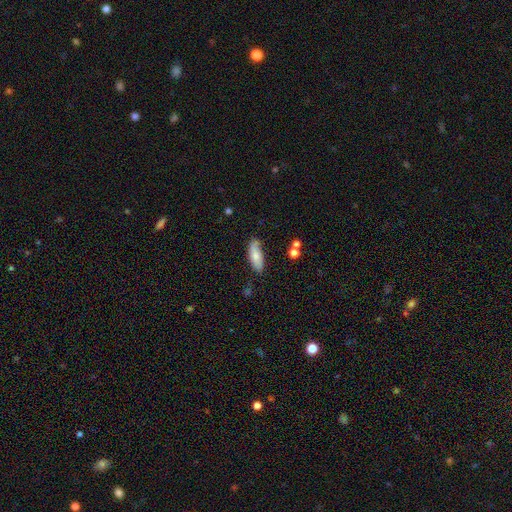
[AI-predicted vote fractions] This appears to be a smooth galaxy with no disk features (76%) that is in between round and cigar-shaped (71%). Merging: none (71%).